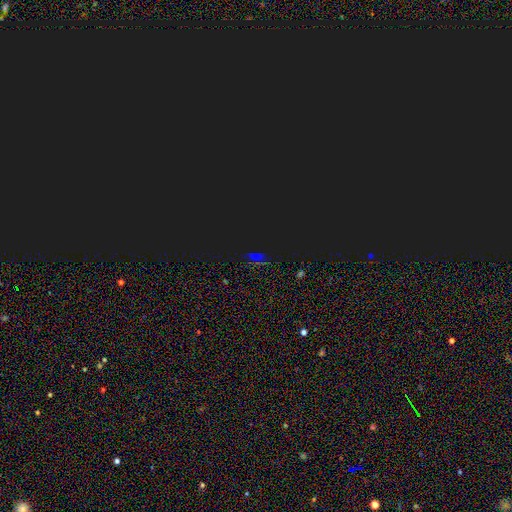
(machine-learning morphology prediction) Overall: star or artifact (75%).